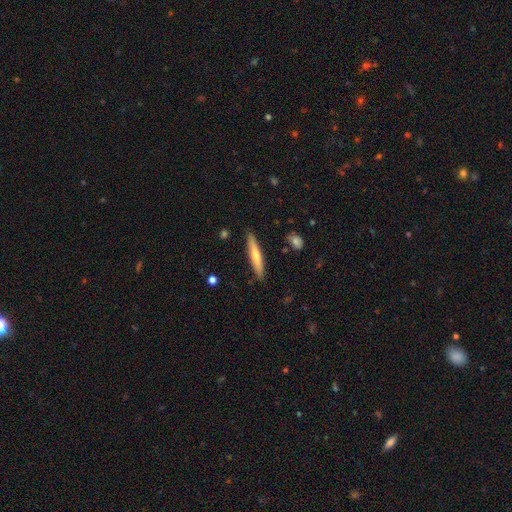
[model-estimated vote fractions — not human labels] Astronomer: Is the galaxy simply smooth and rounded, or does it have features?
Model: smooth — 58% (runner-up: featured or disk, 36%).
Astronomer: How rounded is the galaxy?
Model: cigar-shaped — 90%.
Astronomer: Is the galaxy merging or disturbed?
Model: none — 88%.